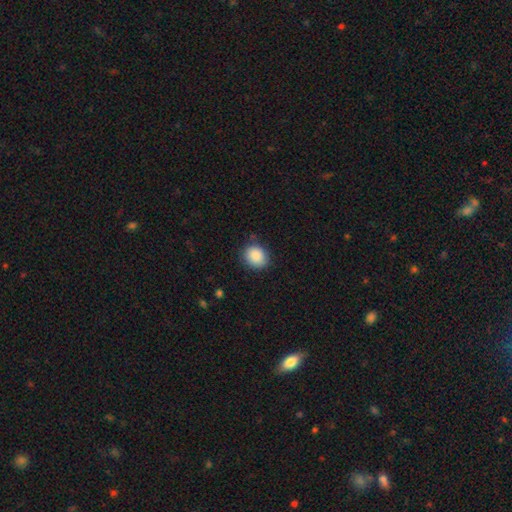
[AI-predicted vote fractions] smooth-or-featured: smooth: 88% | star or artifact: 8% | featured or disk: 4%
  how-rounded: round: 68% | in between: 31% | cigar-shaped: 1%
  merging: none: 84% | minor disturbance: 12% | major disturbance: 3% | merger: 1%